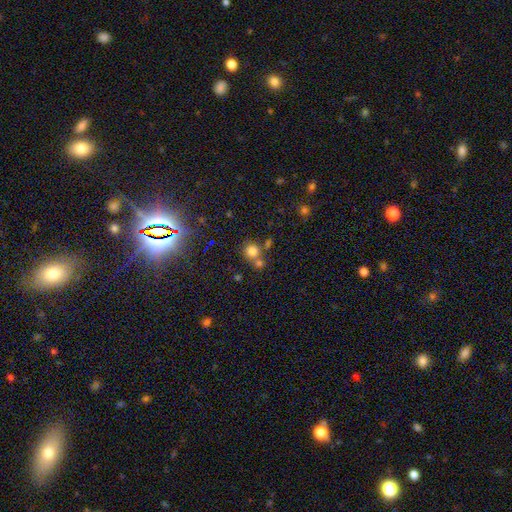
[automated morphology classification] smooth_or_featured: smooth (p=0.66) [alt: star or artifact p=0.26]
how_rounded: round (p=0.87) [alt: in between p=0.12]
merging: none (p=0.58) [alt: merger p=0.30]